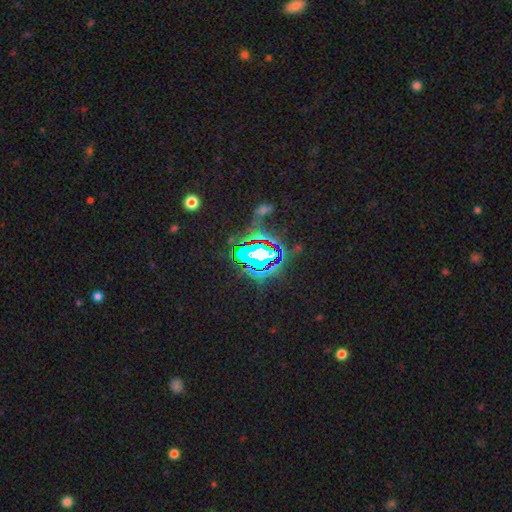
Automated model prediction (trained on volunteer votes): This appears to be a star or artifact, not a galaxy (75%).